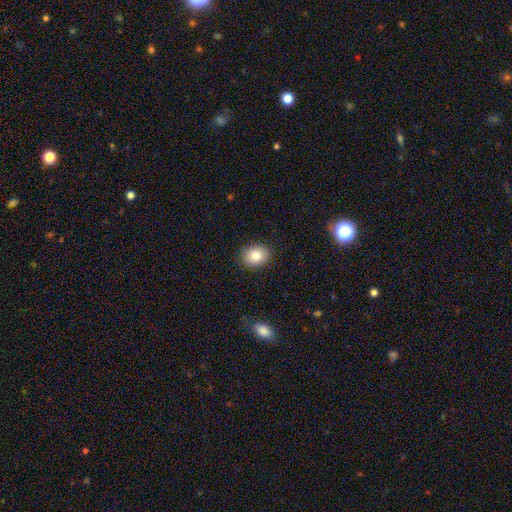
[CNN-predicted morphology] Q: Smooth or featured?
A: smooth (83%); runner-up: star or artifact (9%)
Q: How rounded?
A: round (50%); runner-up: in between (49%)
Q: Merging?
A: none (88%); runner-up: minor disturbance (8%)